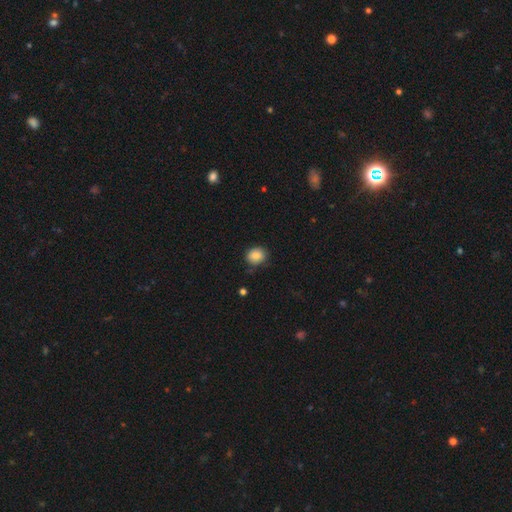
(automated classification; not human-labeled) Overall: smooth (84%). How rounded: round (66%; in between 33%). Merging: none (74%).